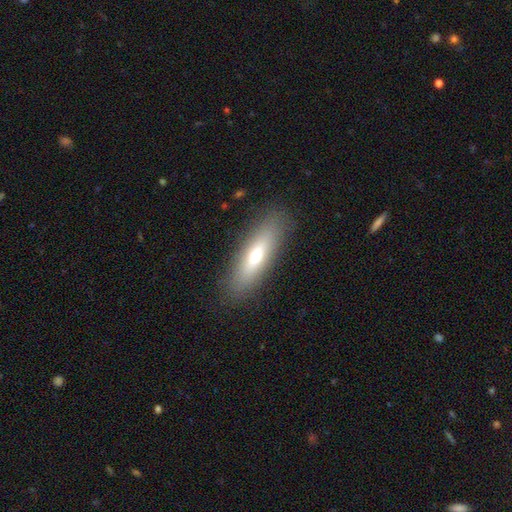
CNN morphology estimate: This is likely a smooth galaxy (61%). How rounded: possibly cigar-shaped (58%). Merging: clearly none (88%).